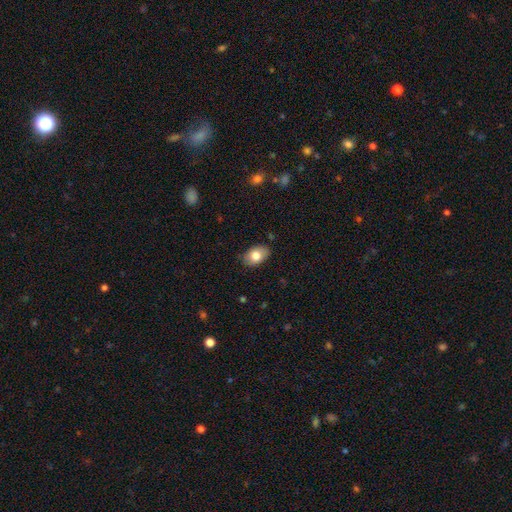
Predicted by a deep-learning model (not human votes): Smooth or featured: smooth — 79% (featured or disk — 14%)
How rounded: in between — 86% (round — 13%)
Merging: none — 83% (minor disturbance — 14%)